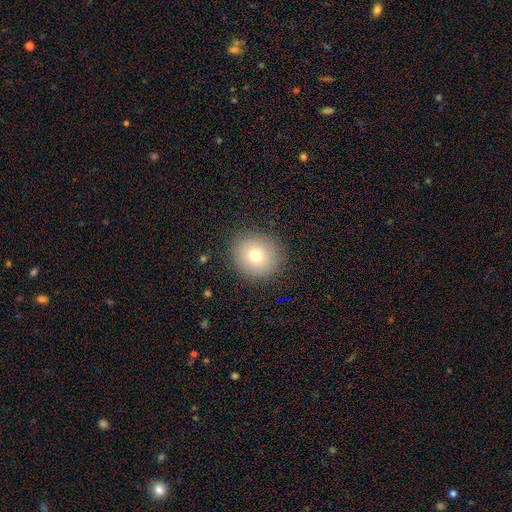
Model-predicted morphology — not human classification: A smooth galaxy with no disk features (73%) that is round (88%). Merging: none (89%).